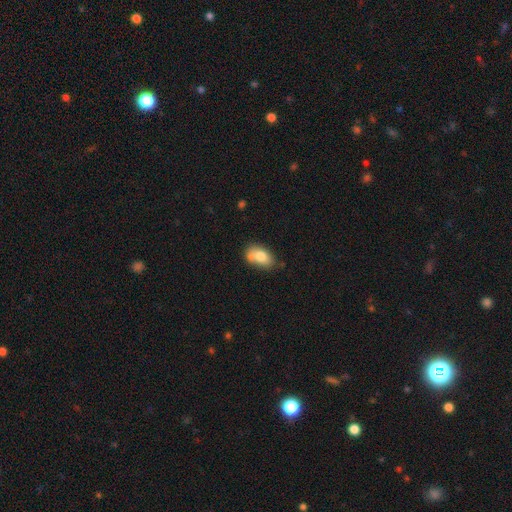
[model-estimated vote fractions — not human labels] A smooth galaxy with no disk features (76%) that is in between round and cigar-shaped (86%).

Vote fractions:
- Smooth or featured? smooth: 76% / featured or disk: 16% / star or artifact: 8%
- How rounded? in between: 86% / round: 12% / cigar-shaped: 2%
- Merging? none: 47% / merger: 24% / minor disturbance: 22% / major disturbance: 6%